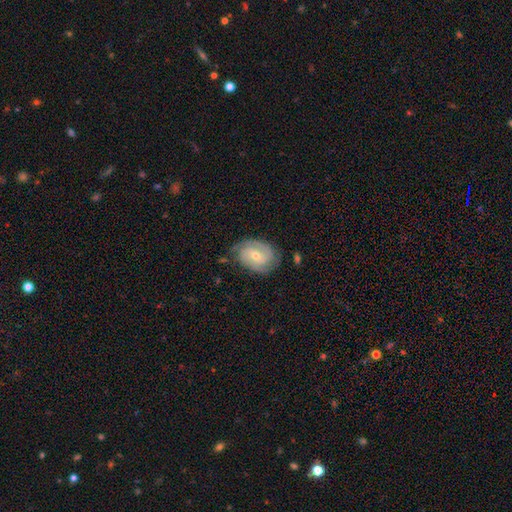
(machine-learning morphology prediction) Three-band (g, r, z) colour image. It shows a featured or disk galaxy (78%) with no bar (47%), 2 (55%) tight (57%) spiral arms (94%) and a small central bulge (49%). Merging: none (74%).